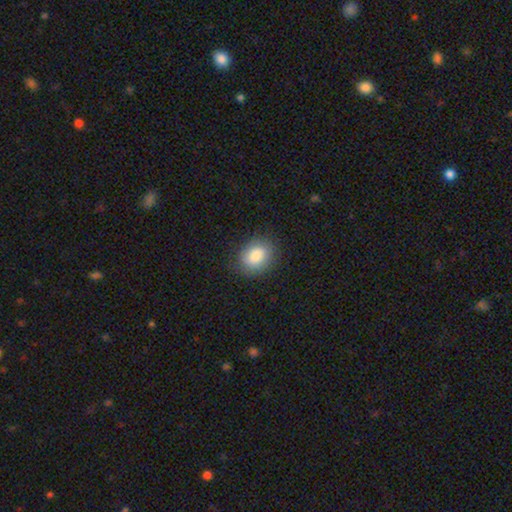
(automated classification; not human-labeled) Overall: smooth (86%). How rounded: in between (56%; round 43%). Merging: none (84%).